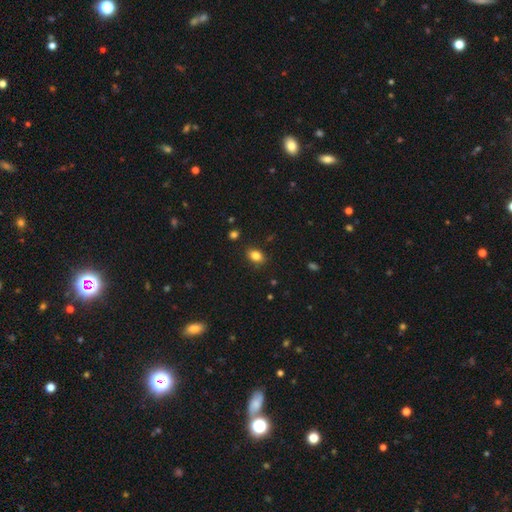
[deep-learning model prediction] The model was most divided on "how rounded": in between: 73%, round: 26%, cigar-shaped: 1%. More confident: merging — none (86%); smooth or featured — smooth (83%).